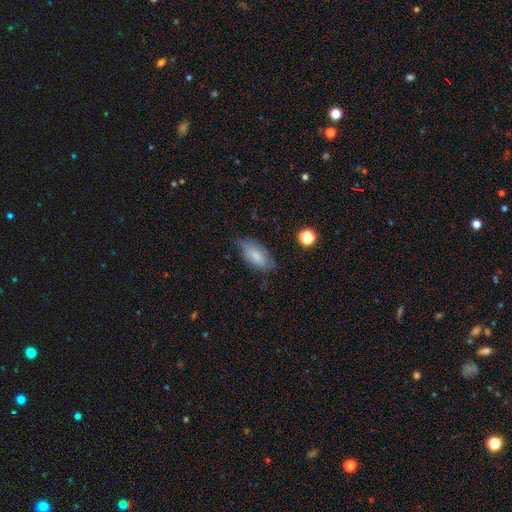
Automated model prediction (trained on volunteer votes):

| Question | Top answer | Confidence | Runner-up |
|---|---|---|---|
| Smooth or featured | smooth | 71% | featured or disk (21%) |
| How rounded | in between | 90% | cigar-shaped (7%) |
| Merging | none | 56% | minor disturbance (33%) |